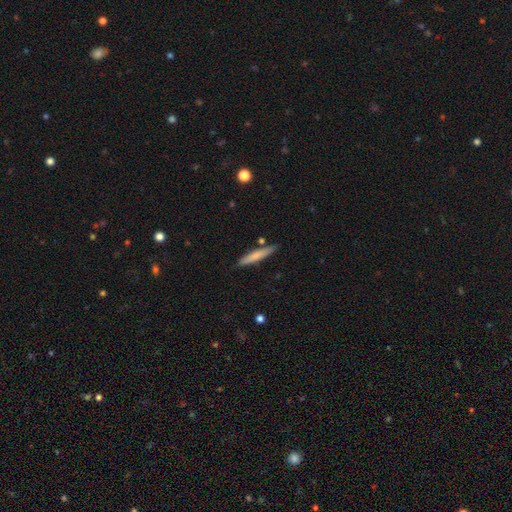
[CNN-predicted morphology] smooth_or_featured: smooth (p=0.69) [alt: featured or disk p=0.25]
how_rounded: cigar-shaped (p=0.93) [alt: in between p=0.06]
merging: none (p=0.84) [alt: minor disturbance p=0.10]